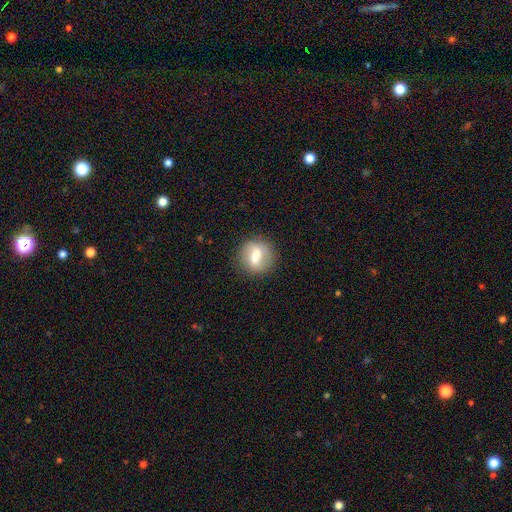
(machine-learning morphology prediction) Smooth or featured? Predicted: smooth (p=0.55). How rounded? Predicted: round (p=0.74). Merging? Predicted: none (p=0.81).